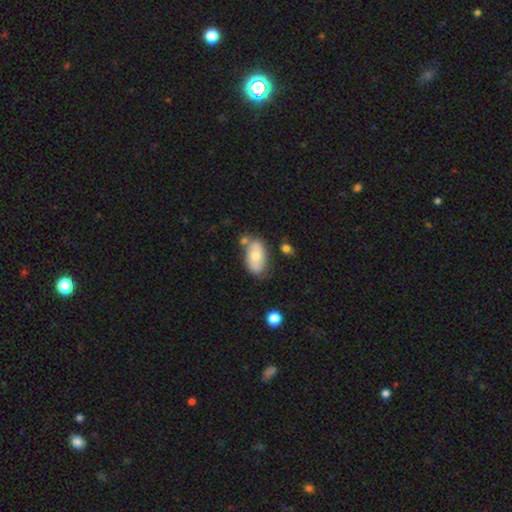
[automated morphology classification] This is likely a smooth galaxy (64%). How rounded: clearly in between (92%). Merging: likely none (64%).